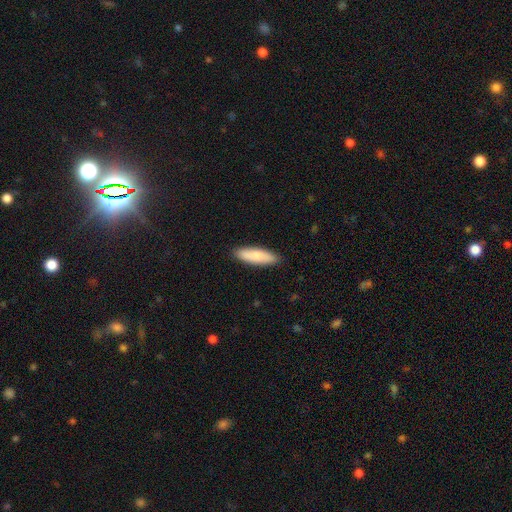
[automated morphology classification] A smooth galaxy with no disk features (83%) that is cigar-shaped (58%).

Vote fractions:
- Smooth or featured? smooth: 83% / featured or disk: 12% / star or artifact: 5%
- How rounded? cigar-shaped: 58% / in between: 40% / round: 2%
- Merging? none: 89% / minor disturbance: 8% / major disturbance: 2% / merger: 1%